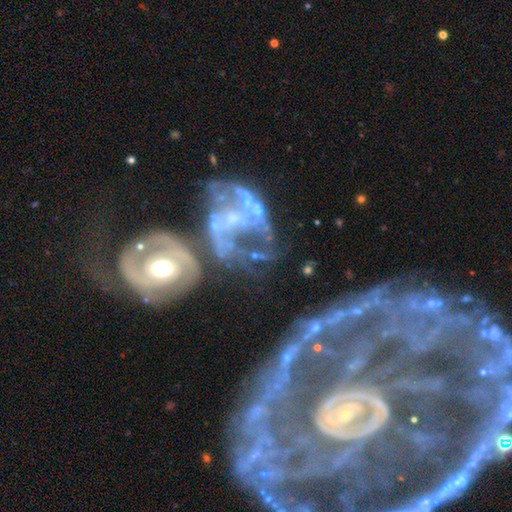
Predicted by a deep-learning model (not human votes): featured or disk 73%, star or artifact 14%, smooth 13%. Down the decision tree: edge-on disk — no (97%); bar — no (74%); spiral arms — no (55%); bulge size — none (35%); merging — merger (36%).